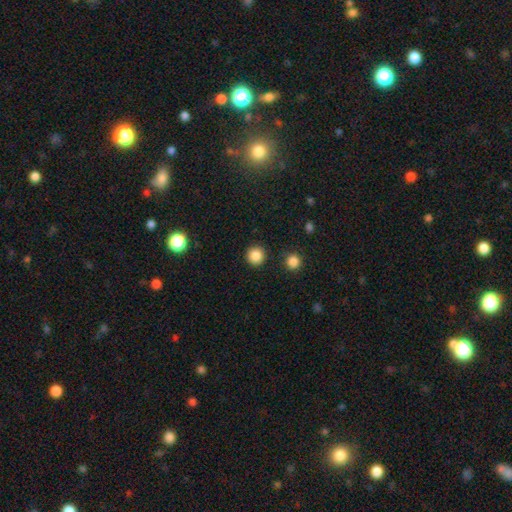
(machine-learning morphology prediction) Smooth or featured?
  - smooth: 86% *
  - star or artifact: 11%
  - featured or disk: 3%
How rounded?
  - round: 95% *
  - in between: 4%
  - cigar-shaped: 1%
Merging?
  - none: 91% *
  - minor disturbance: 5%
  - major disturbance: 2%
  - merger: 2%